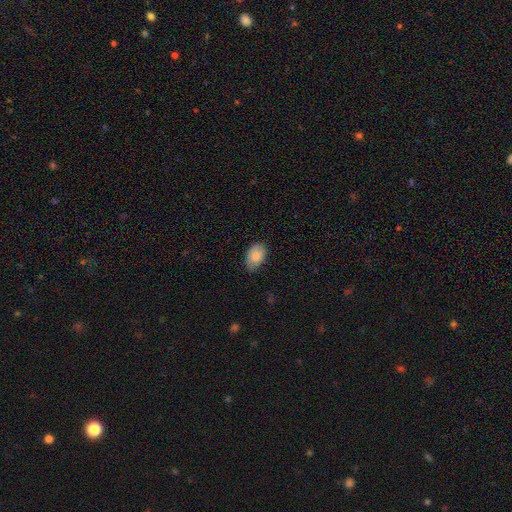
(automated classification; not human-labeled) smooth_or_featured: smooth (p=0.84) [alt: featured or disk p=0.09]
how_rounded: in between (p=0.86) [alt: round p=0.13]
merging: none (p=0.75) [alt: minor disturbance p=0.21]